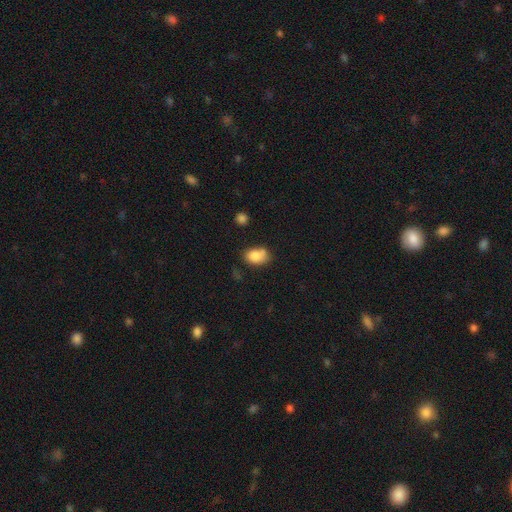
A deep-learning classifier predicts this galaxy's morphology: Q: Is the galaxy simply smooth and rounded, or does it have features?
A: smooth — 83%.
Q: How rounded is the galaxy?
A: in between — 78%.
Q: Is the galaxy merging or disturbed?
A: none — 54%.